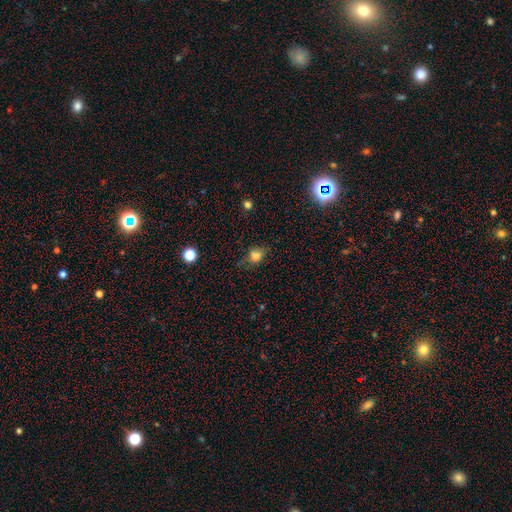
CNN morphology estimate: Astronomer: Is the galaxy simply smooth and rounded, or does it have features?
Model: smooth — 74%.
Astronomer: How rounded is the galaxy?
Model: in between — 52% (runner-up: round, 46%).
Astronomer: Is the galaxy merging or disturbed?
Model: none — 63%.